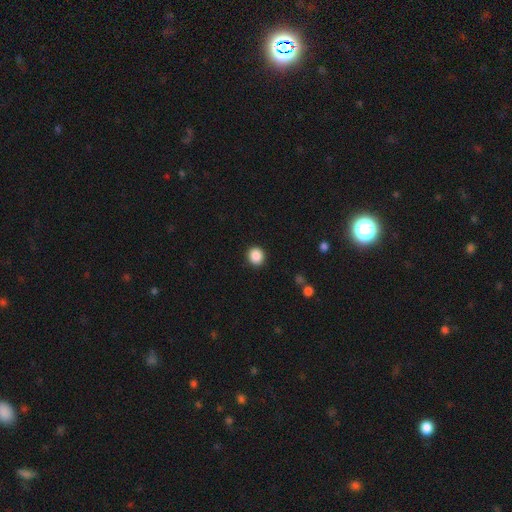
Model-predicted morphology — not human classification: Smooth or featured? Predicted: smooth (p=0.88). How rounded? Predicted: round (p=0.88). Merging? Predicted: none (p=0.92).